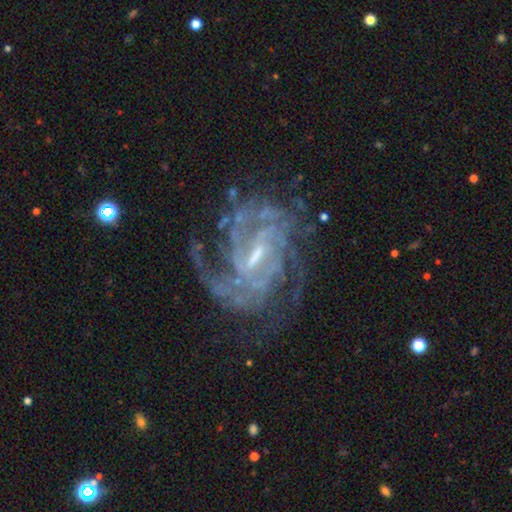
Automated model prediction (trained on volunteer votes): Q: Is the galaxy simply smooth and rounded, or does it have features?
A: featured or disk — 90%.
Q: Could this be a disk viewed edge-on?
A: no — 97%.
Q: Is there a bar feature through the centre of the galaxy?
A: weak — 52%.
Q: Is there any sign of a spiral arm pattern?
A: yes — 97%.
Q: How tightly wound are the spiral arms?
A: tight — 58%.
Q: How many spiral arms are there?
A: can't tell — 23%.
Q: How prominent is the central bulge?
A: small — 59%.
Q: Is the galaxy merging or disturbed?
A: none — 67%.